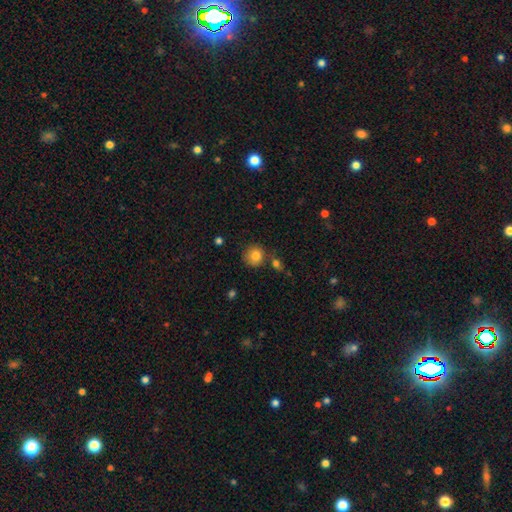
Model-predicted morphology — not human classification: smooth-or-featured: smooth: 82% | star or artifact: 10% | featured or disk: 8%
  how-rounded: round: 90% | in between: 10% | cigar-shaped: 1%
  merging: none: 75% | minor disturbance: 12% | merger: 10% | major disturbance: 3%